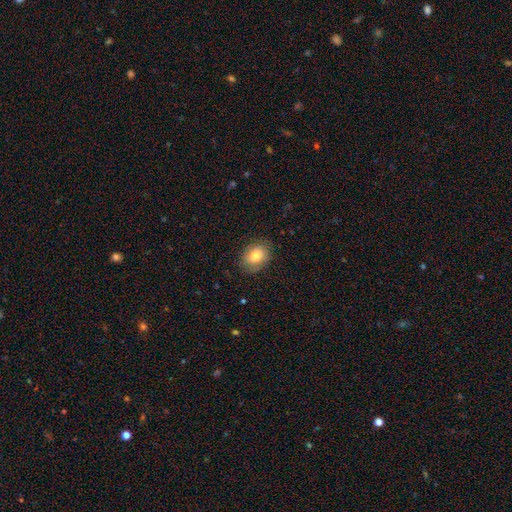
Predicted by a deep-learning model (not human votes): smooth 74%, featured or disk 18%, star or artifact 8%. Down the decision tree: how rounded — in between (66%); merging — none (77%).